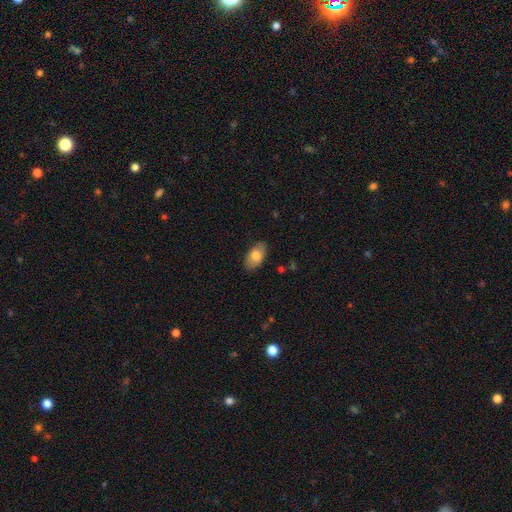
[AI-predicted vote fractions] A smooth galaxy with no disk features (78%) that is in between round and cigar-shaped (93%).

Vote fractions:
- Smooth or featured? smooth: 78% / featured or disk: 16% / star or artifact: 7%
- How rounded? in between: 93% / round: 5% / cigar-shaped: 2%
- Merging? none: 84% / minor disturbance: 12% / major disturbance: 3% / merger: 1%